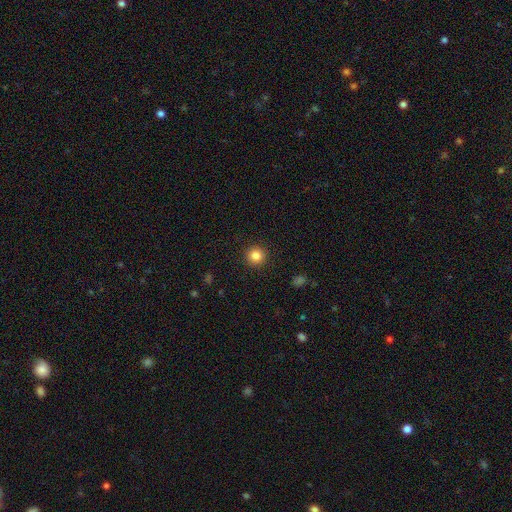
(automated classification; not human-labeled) Smooth or featured? smooth (85%)
How rounded? round (95%)
Merging? none (92%)